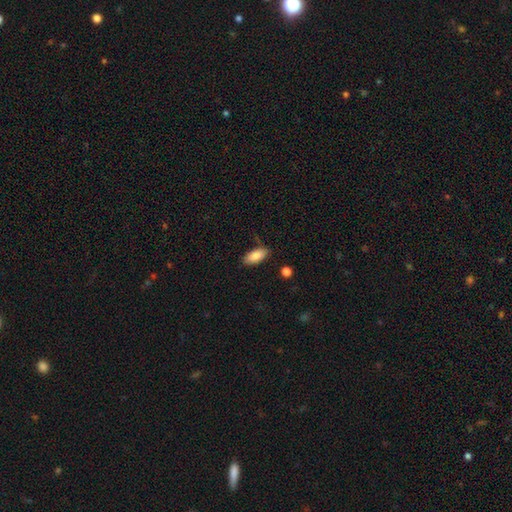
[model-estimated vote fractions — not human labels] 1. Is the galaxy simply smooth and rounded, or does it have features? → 86% smooth, 7% featured or disk, 7% star or artifact.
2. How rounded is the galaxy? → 89% in between, 9% cigar-shaped, 2% round.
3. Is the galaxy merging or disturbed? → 81% none, 13% minor disturbance, 3% major disturbance, 3% merger.